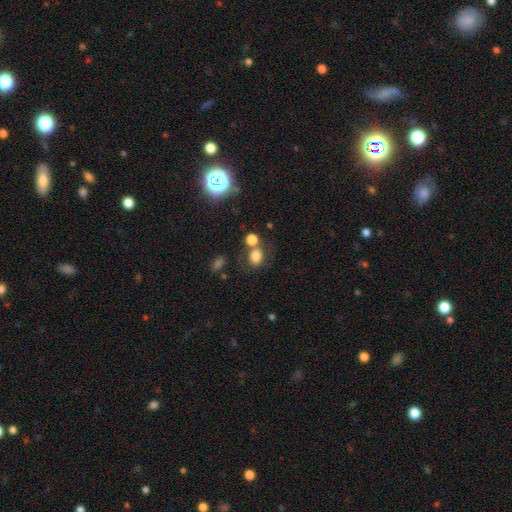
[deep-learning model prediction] A smooth galaxy with no disk features (76%) that is round (54%). Merging: none (55%).